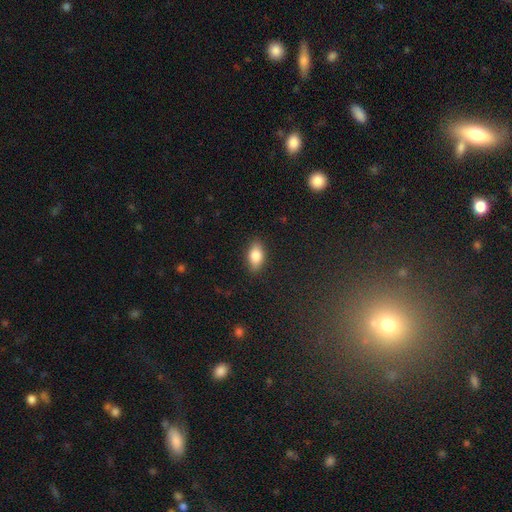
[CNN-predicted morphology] This appears to be a smooth galaxy with no disk features (82%) that is in between round and cigar-shaped (90%). Merging: none (87%).